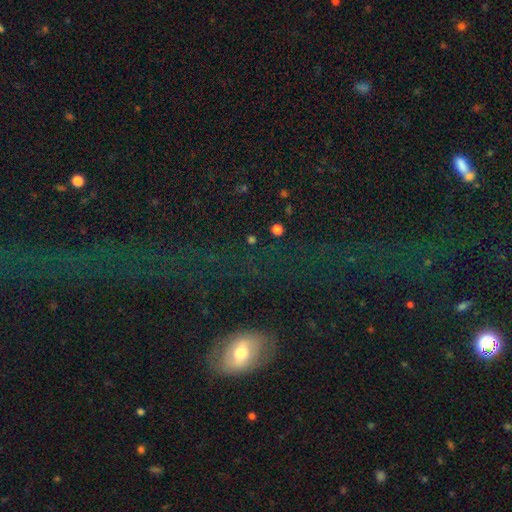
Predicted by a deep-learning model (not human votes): Smooth or featured? Predicted: smooth (p=0.44). Merging? Predicted: none (p=0.66).